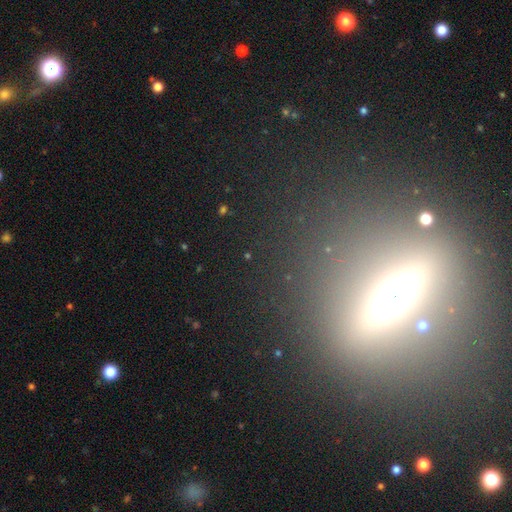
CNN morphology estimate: smooth_or_featured: featured or disk (p=0.44) [alt: star or artifact p=0.32]
merging: none (p=0.82) [alt: minor disturbance p=0.09]